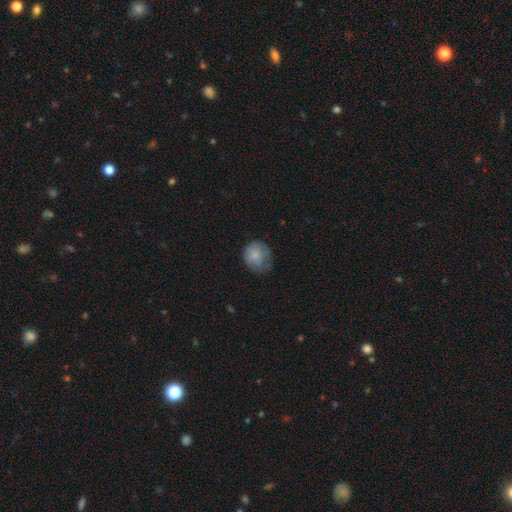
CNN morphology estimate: A smooth galaxy with no disk features (77%) that is round (77%).

Vote fractions:
- Smooth or featured? smooth: 77% / featured or disk: 15% / star or artifact: 8%
- How rounded? round: 77% / in between: 22% / cigar-shaped: 1%
- Merging? none: 54% / minor disturbance: 31% / major disturbance: 13% / merger: 1%